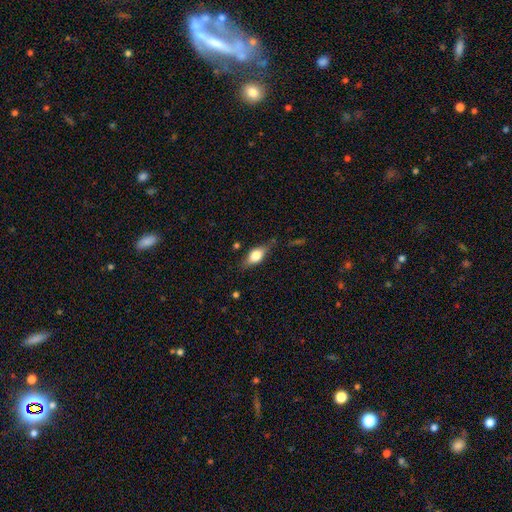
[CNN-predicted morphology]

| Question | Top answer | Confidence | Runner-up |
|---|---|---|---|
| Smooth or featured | smooth | 62% | featured or disk (31%) |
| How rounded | in between | 77% | cigar-shaped (17%) |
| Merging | none | 73% | minor disturbance (19%) |